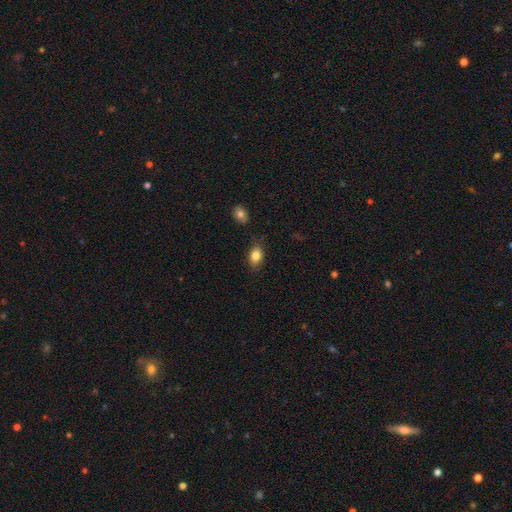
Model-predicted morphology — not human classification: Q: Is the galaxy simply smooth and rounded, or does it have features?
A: smooth — 83%.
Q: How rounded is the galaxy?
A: in between — 82%.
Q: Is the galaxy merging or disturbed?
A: none — 81%.